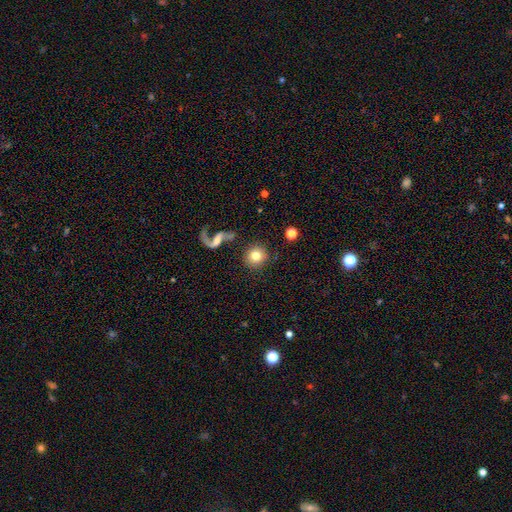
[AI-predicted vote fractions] This appears to be a smooth galaxy with no disk features (75%) that is round (92%). Merging: none (83%).